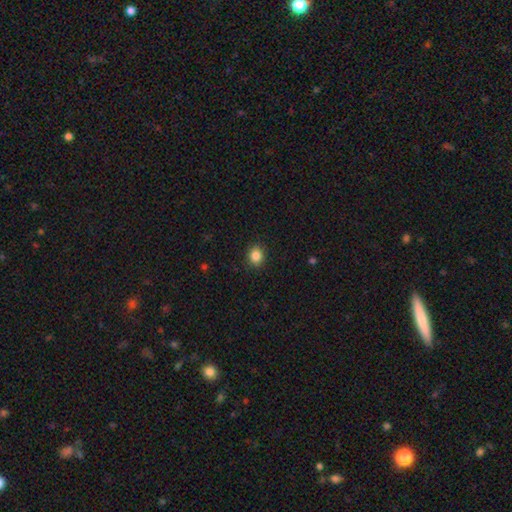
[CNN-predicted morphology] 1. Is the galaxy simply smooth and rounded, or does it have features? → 86% smooth, 10% star or artifact, 4% featured or disk.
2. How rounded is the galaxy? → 68% round, 31% in between, 1% cigar-shaped.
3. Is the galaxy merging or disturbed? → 89% none, 8% minor disturbance, 2% major disturbance, 1% merger.